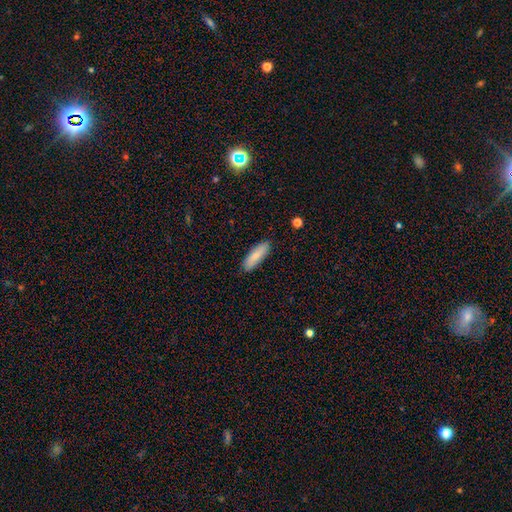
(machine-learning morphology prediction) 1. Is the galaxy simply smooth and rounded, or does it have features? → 80% smooth, 14% featured or disk, 6% star or artifact.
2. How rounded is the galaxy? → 49% cigar-shaped (tied), 49% in between (tied), 2% round.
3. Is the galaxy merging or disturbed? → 87% none, 10% minor disturbance, 2% major disturbance, 1% merger.